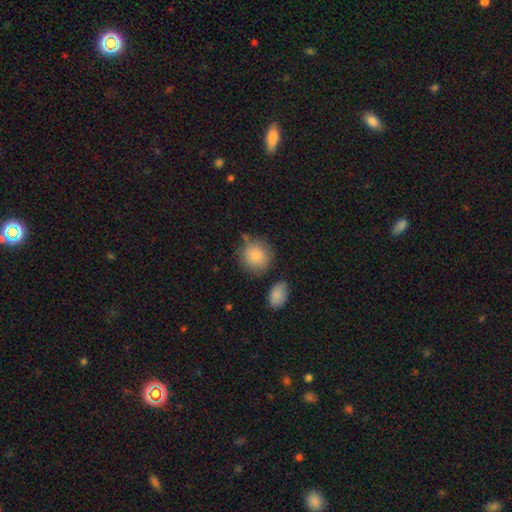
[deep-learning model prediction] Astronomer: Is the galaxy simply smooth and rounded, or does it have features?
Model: smooth — 85%.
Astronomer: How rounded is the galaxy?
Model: round — 86%.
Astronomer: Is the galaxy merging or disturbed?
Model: none — 70%.